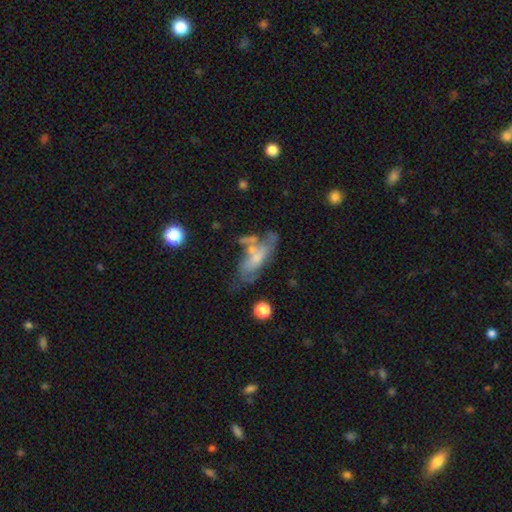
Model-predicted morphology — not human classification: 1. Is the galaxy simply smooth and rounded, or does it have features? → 55% featured or disk, 35% smooth, 9% star or artifact.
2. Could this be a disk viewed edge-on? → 86% no, 14% yes.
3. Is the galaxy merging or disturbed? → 32% none, 25% major disturbance, 22% minor disturbance, 20% merger.